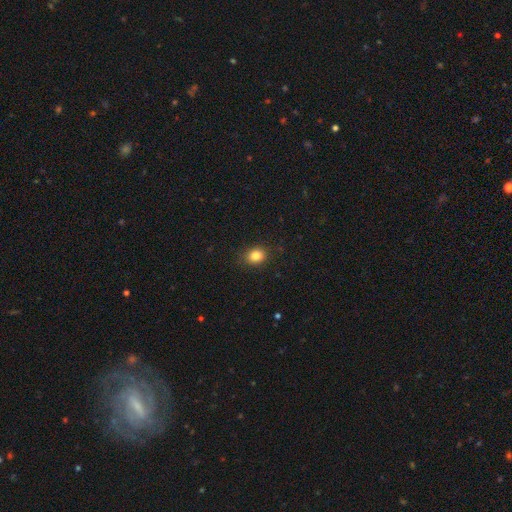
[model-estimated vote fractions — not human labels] Smooth or featured? Predicted: smooth (p=0.84). How rounded? Predicted: round (p=0.59). Merging? Predicted: none (p=0.87).